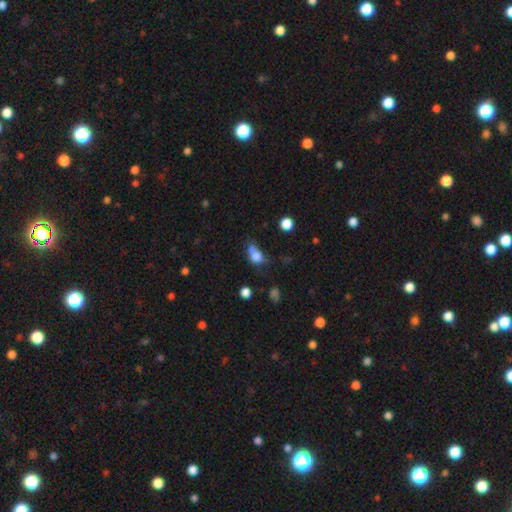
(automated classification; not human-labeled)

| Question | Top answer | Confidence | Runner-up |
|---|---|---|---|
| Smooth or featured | smooth | 72% | featured or disk (15%) |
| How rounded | in between | 58% | round (39%) |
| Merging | none | 30% | merger (29%) |